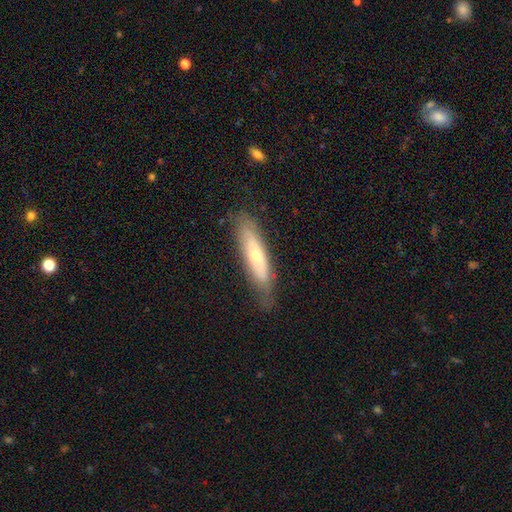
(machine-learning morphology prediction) Q: Smooth or featured?
A: featured or disk (49%); runner-up: smooth (44%)
Q: Merging?
A: none (73%); runner-up: minor disturbance (20%)